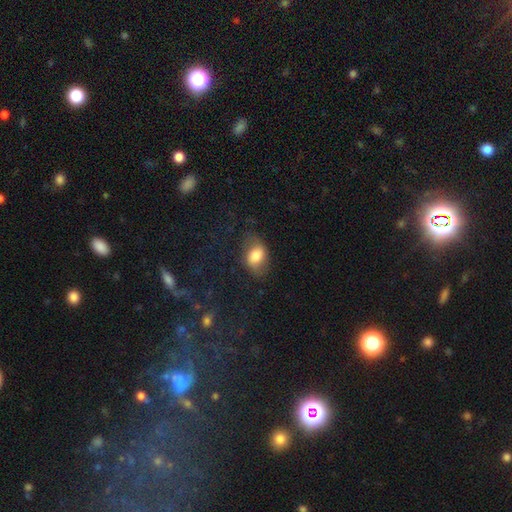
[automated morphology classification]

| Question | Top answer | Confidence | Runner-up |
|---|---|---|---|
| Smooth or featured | smooth | 73% | featured or disk (19%) |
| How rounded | in between | 83% | round (15%) |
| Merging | none | 62% | minor disturbance (24%) |